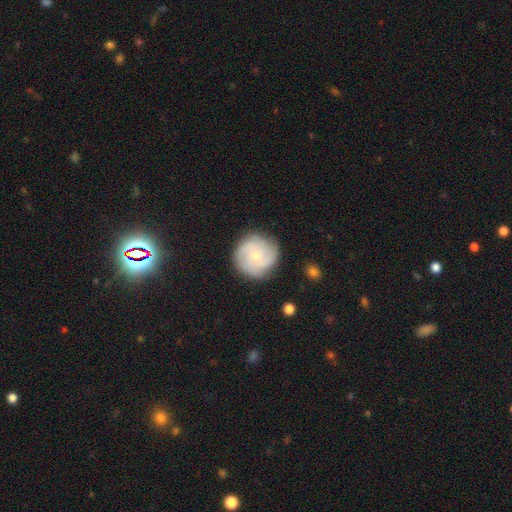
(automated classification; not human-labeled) This is likely a featured or disk galaxy (67%). It is clearly not viewed edge-on (98%). Bar: likely no (73%). Spiral arm pattern: clearly yes (92%). Spiral arm count: marginally 3 (39%). Spiral winding: possibly tight (59%). Central bulge: possibly small (60%). Merging: clearly none (83%).